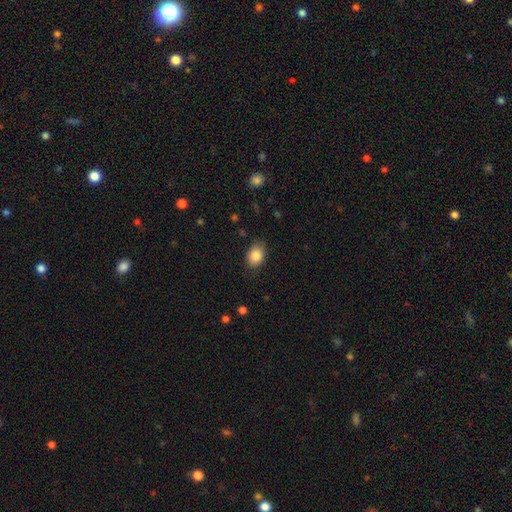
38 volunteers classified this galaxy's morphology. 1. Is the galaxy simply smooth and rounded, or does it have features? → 95% smooth, 3% featured or disk, 3% star or artifact.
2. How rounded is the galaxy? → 89% in between, 11% round, 0% cigar-shaped.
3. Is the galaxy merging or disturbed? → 84% none, 11% minor disturbance, 5% major disturbance, 0% merger.